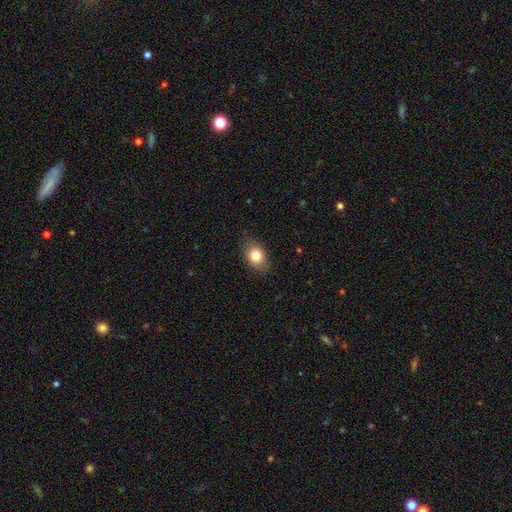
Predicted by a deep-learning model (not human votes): A smooth galaxy with no disk features (82%) that is in between round and cigar-shaped (77%).

Vote fractions:
- Smooth or featured? smooth: 82% / featured or disk: 10% / star or artifact: 8%
- How rounded? in between: 77% / round: 22% / cigar-shaped: 1%
- Merging? none: 83% / minor disturbance: 13% / major disturbance: 3% / merger: 1%